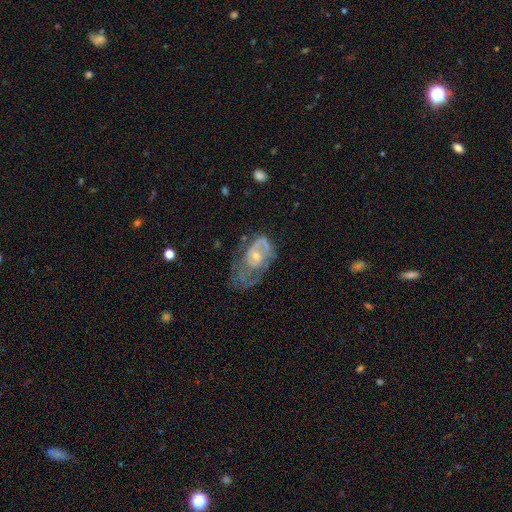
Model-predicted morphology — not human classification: smooth-or-featured: featured or disk: 74% | smooth: 19% | star or artifact: 7%
  disk-edge-on: no: 96% | yes: 4%
    bar: no: 70% | weak: 26% | strong: 4%
    has-spiral-arms: yes: 75% | no: 25%
      spiral-winding: tight: 45% | medium: 37% | loose: 18%
      spiral-arm-count: 2: 37% | can't tell: 33% | 1: 22% | 3: 5% | 4: 2% | more than 4: 2%
    bulge-size: small: 54% | moderate: 40% | none: 3% | large: 2% | dominant: 1%
  merging: none: 36% | major disturbance: 35% | minor disturbance: 26% | merger: 3%